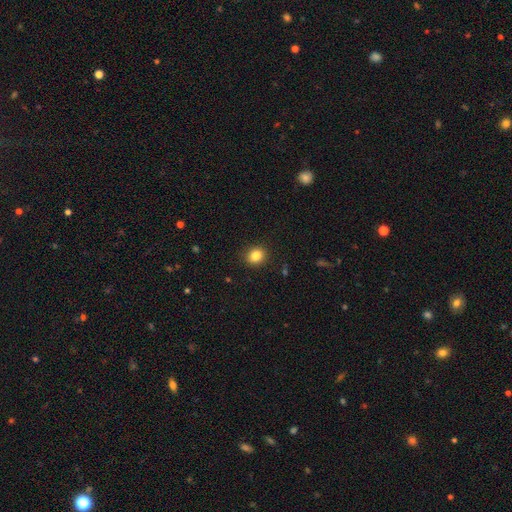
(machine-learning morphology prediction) Smooth or featured? smooth (85%)
How rounded? round (71%)
Merging? none (90%)